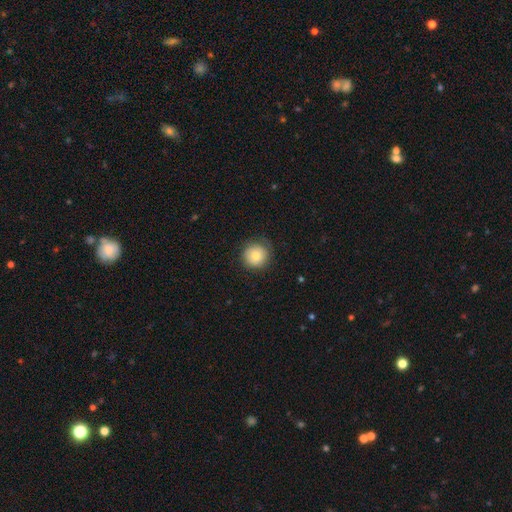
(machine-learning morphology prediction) Q: Smooth or featured?
A: smooth (75%); runner-up: featured or disk (16%)
Q: How rounded?
A: round (93%); runner-up: in between (6%)
Q: Merging?
A: none (79%); runner-up: minor disturbance (15%)